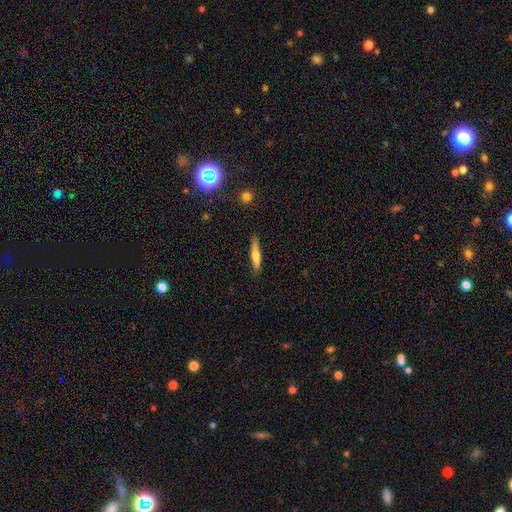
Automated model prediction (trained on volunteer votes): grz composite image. It shows a smooth galaxy with no disk features (64%) that is cigar-shaped (86%). Merging: none (85%).